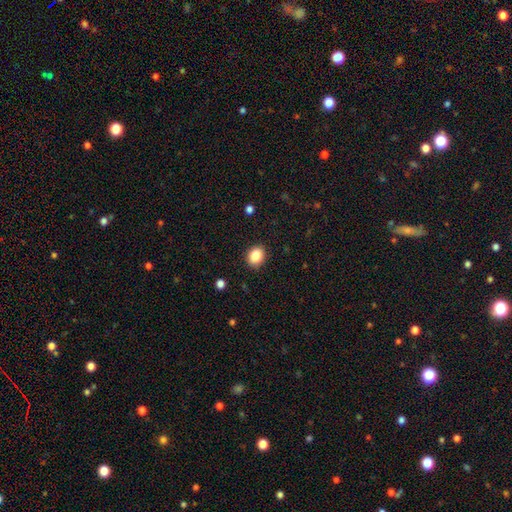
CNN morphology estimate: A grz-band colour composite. It shows a smooth galaxy with no disk features (86%) that is round (58%). Merging: none (90%).